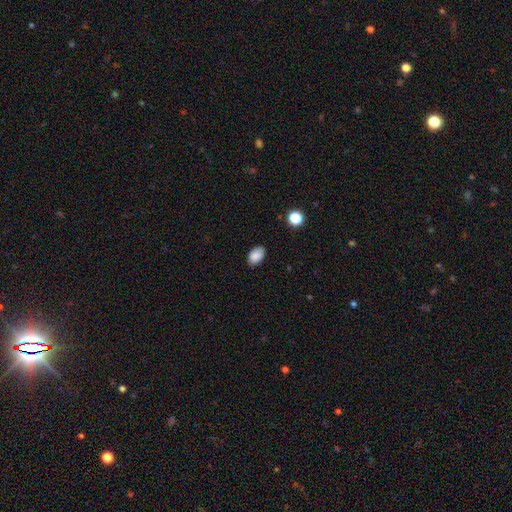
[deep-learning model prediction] Smooth or featured: smooth — 87% (star or artifact — 8%)
How rounded: in between — 88% (round — 10%)
Merging: none — 83% (minor disturbance — 13%)